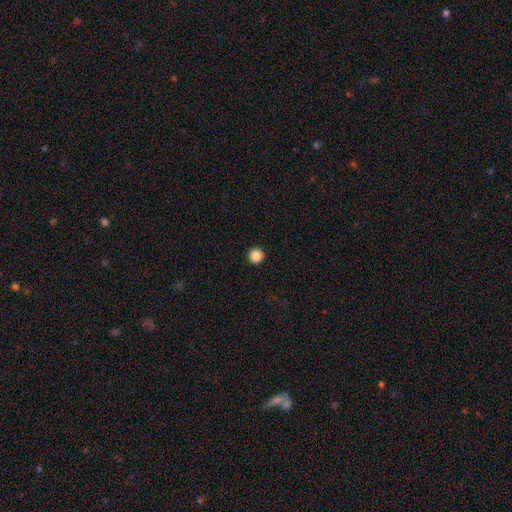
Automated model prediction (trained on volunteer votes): Overall: smooth (87%). How rounded: round (97%). Merging: none (94%).